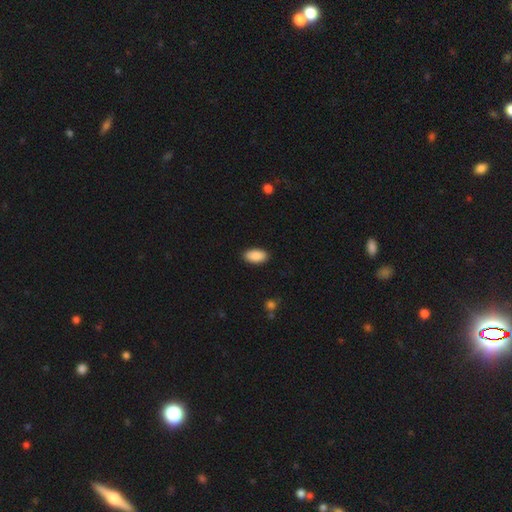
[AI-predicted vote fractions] Morphology: type=smooth (90%); roundness=in between (95%); merging=none (90%).